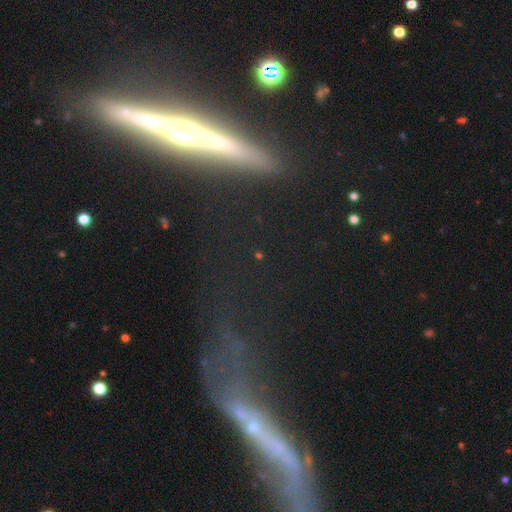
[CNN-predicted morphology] A featured or disk galaxy (70%) viewed edge-on (88%) with a rounded central bulge (78%). Merging: none (54%).